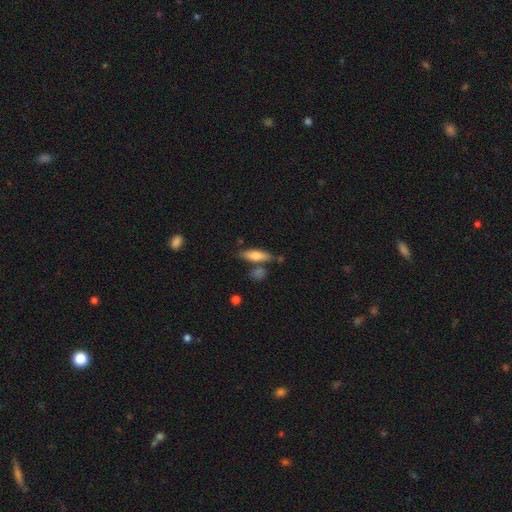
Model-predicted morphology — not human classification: A smooth galaxy with no disk features (69%) that is cigar-shaped (58%).

Vote fractions:
- Smooth or featured? smooth: 69% / featured or disk: 25% / star or artifact: 6%
- How rounded? cigar-shaped: 58% / in between: 40% / round: 2%
- Merging? none: 70% / minor disturbance: 15% / merger: 12% / major disturbance: 4%